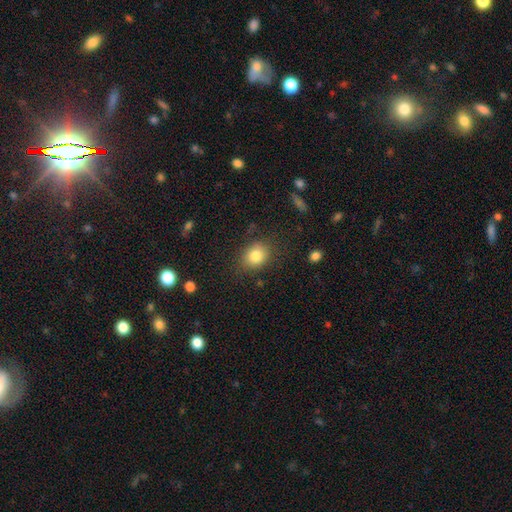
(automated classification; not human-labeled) Q: Smooth or featured?
A: smooth (82%); runner-up: star or artifact (10%)
Q: How rounded?
A: round (55%); runner-up: in between (44%)
Q: Merging?
A: none (80%); runner-up: minor disturbance (14%)